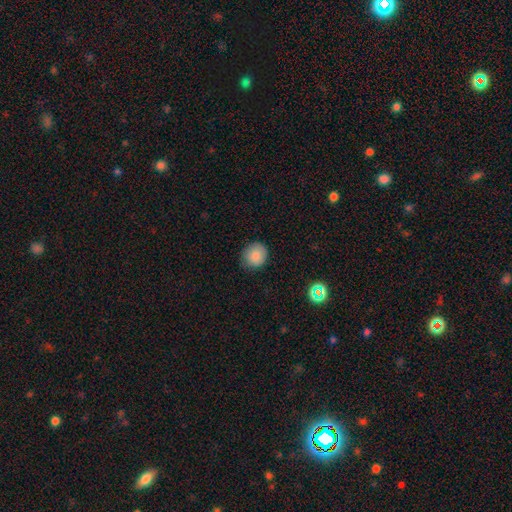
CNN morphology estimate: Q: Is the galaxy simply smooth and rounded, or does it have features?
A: smooth — 84%.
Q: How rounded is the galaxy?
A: round — 85%.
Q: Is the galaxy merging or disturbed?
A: none — 84%.